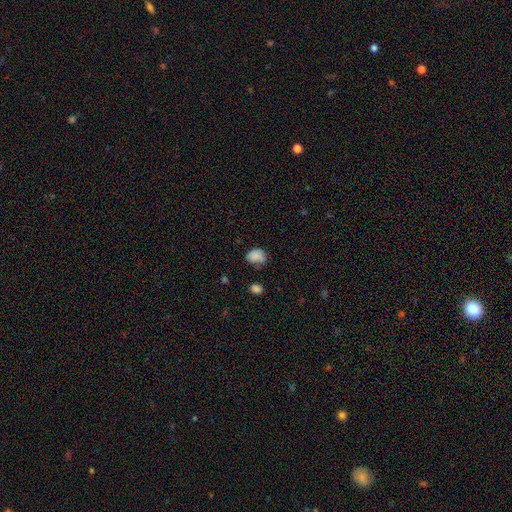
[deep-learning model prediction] Smooth or featured?
  - smooth: 82% *
  - star or artifact: 11%
  - featured or disk: 7%
How rounded?
  - in between: 61% *
  - round: 38%
  - cigar-shaped: 1%
Merging?
  - none: 49% *
  - minor disturbance: 33%
  - major disturbance: 12%
  - merger: 6%